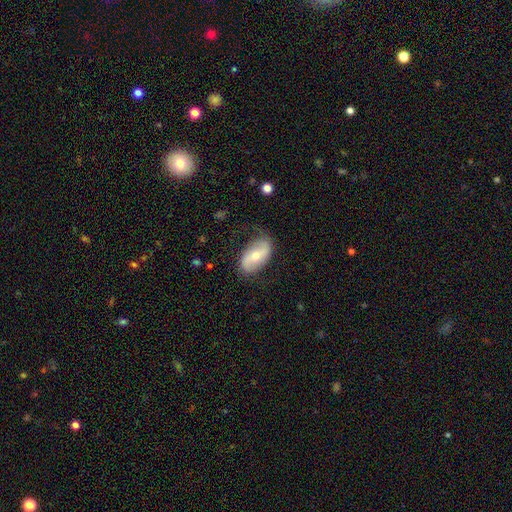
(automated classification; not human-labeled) This appears to be a featured or disk galaxy (55%) with no bar (39%), spiral arms (75%) and a moderate central bulge (58%). Merging: none (68%).